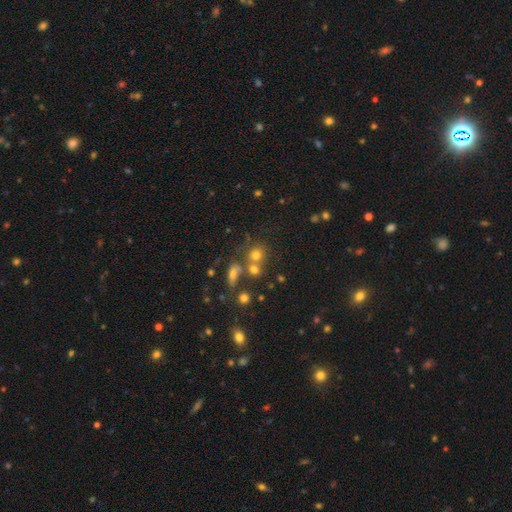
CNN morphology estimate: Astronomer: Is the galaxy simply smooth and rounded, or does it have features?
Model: smooth — 61%.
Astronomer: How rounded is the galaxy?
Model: round — 80%.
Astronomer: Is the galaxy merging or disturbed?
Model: none — 54% (runner-up: merger, 30%).